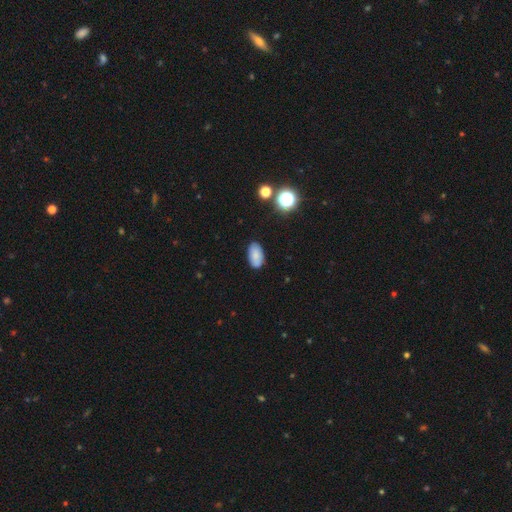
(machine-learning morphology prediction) A smooth galaxy with no disk features (81%) that is in between round and cigar-shaped (94%). Merging: none (83%).